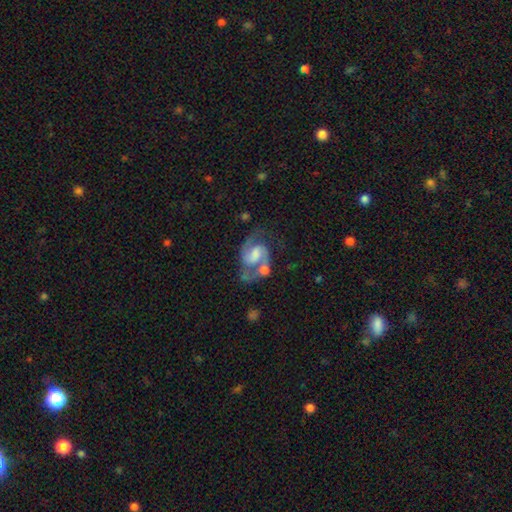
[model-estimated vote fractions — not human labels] The model was most divided on "bulge size": moderate: 33%, none: 24%, small: 23%, large: 18%, dominant: 2%. Remaining: edge-on disk — no (98%); spiral arms — yes (96%); spiral arm count — 2 (91%); smooth or featured — featured or disk (86%); spiral winding — medium (59%); bar — weak (48%); merging — none (48%).